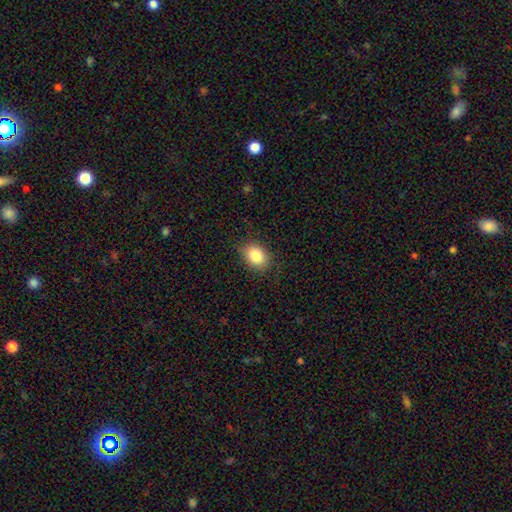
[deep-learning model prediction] Overall: smooth (83%). How rounded: in between (66%; round 33%). Merging: none (83%).